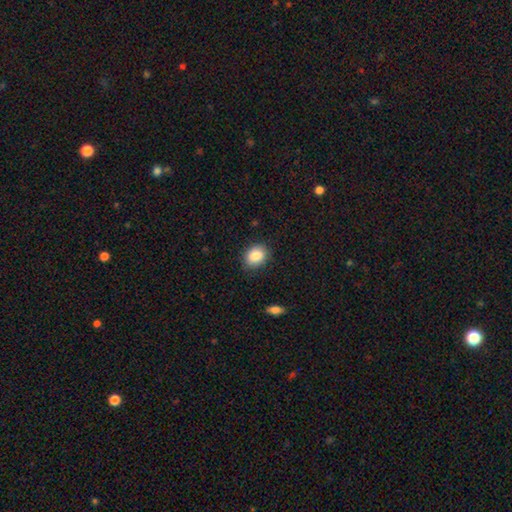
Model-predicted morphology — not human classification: Smooth or featured: smooth — 86% (star or artifact — 8%)
How rounded: in between — 58% (round — 41%)
Merging: none — 86% (minor disturbance — 11%)